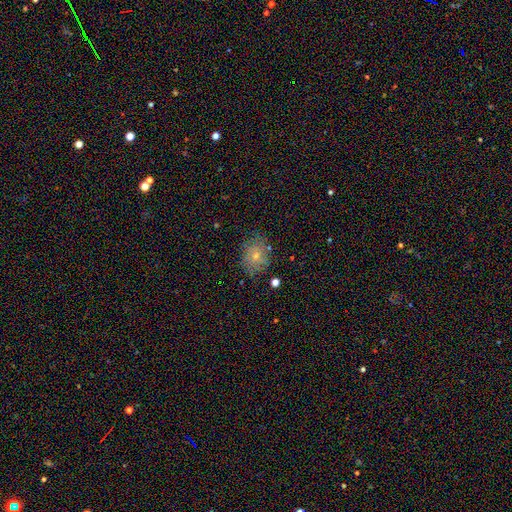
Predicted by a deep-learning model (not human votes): A smooth galaxy with no disk features (53%) that is in between round and cigar-shaped (55%).

Vote fractions:
- Smooth or featured? smooth: 53% / featured or disk: 33% / star or artifact: 15%
- How rounded? in between: 55% / round: 44% / cigar-shaped: 1%
- Merging? none: 71% / minor disturbance: 20% / major disturbance: 7% / merger: 2%